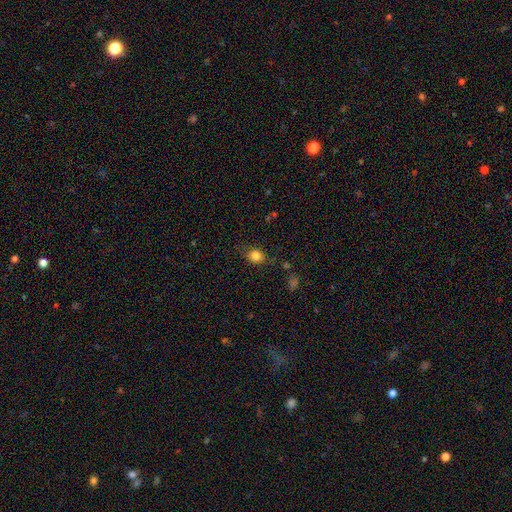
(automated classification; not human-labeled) Q: Smooth or featured?
A: smooth (82%); runner-up: star or artifact (11%)
Q: How rounded?
A: round (63%); runner-up: in between (36%)
Q: Merging?
A: none (75%); runner-up: minor disturbance (18%)